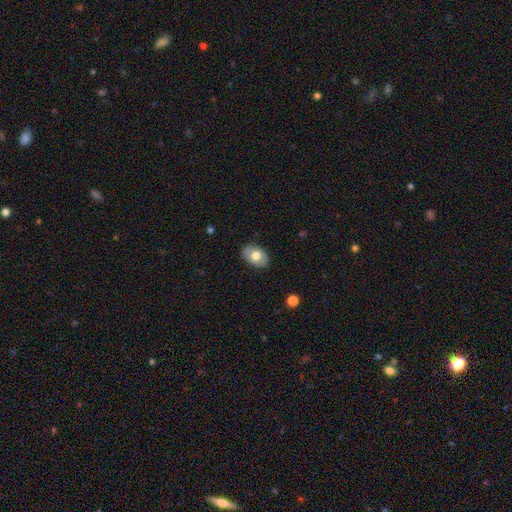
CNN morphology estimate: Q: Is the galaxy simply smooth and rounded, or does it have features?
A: smooth — 66%.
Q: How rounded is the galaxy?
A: in between — 81%.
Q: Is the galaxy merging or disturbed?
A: none — 82%.